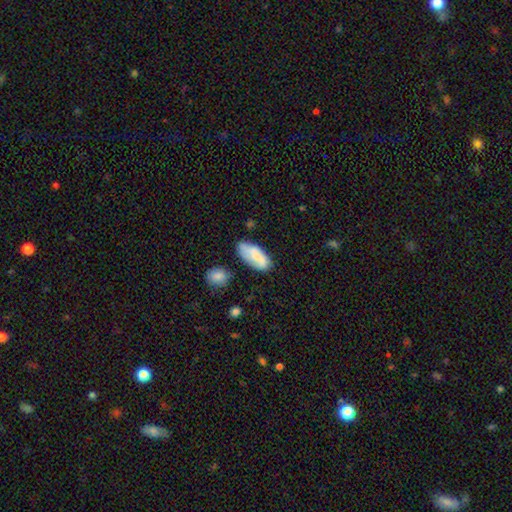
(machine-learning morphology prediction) Smooth or featured? smooth (71%)
How rounded? in between (88%)
Merging? none (58%)